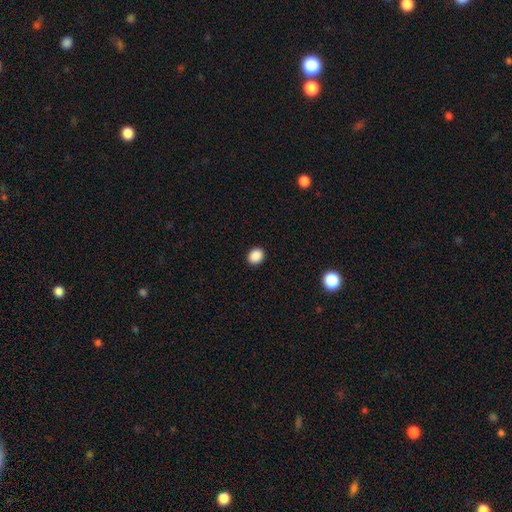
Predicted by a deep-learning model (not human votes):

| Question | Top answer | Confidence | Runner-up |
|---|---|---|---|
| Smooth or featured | smooth | 89% | star or artifact (9%) |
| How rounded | round | 67% | in between (32%) |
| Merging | none | 92% | minor disturbance (5%) |